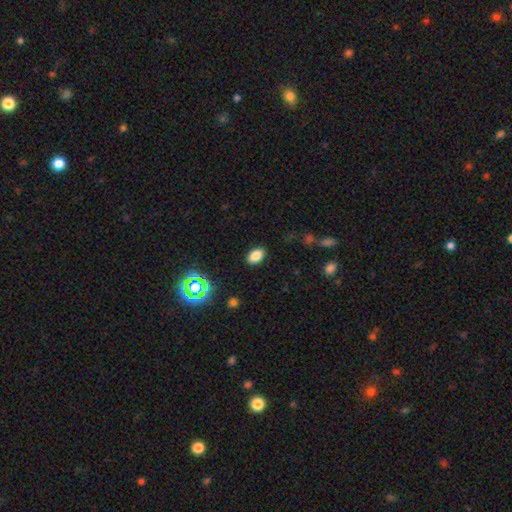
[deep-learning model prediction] Smooth or featured?
  - smooth: 81% *
  - star or artifact: 13%
  - featured or disk: 6%
How rounded?
  - in between: 88% *
  - round: 10%
  - cigar-shaped: 2%
Merging?
  - none: 87% *
  - minor disturbance: 9%
  - major disturbance: 3%
  - merger: 1%